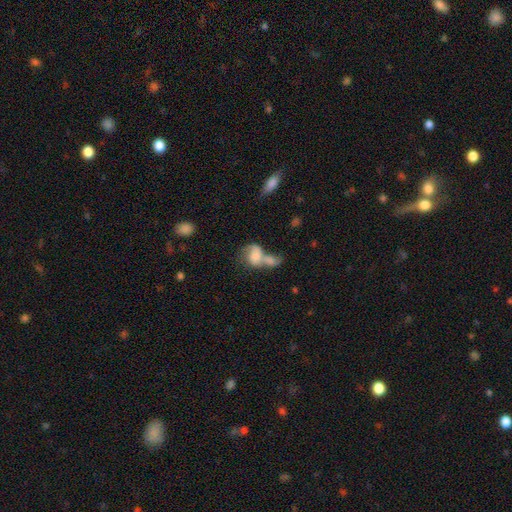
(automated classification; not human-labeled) smooth 57%, featured or disk 33%, star or artifact 10%. Down the decision tree: how rounded — in between (70%); merging — merger (70%).